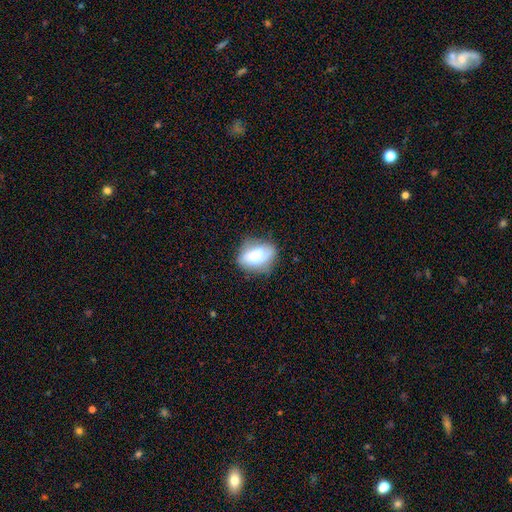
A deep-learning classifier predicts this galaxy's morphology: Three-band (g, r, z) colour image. It shows a smooth galaxy with no disk features (67%) that is in between round and cigar-shaped (78%). Merging: none (56%).